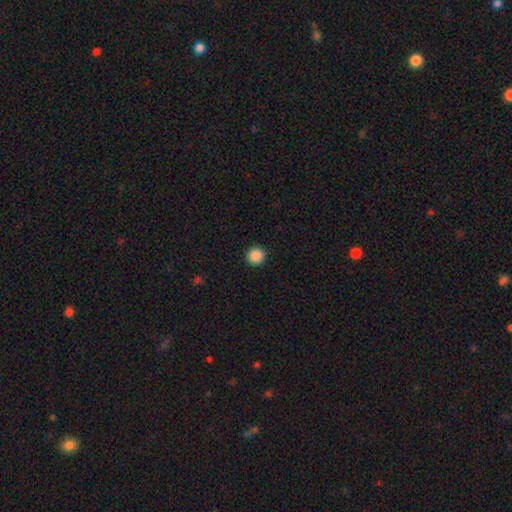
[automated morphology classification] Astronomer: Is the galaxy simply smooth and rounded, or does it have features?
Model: smooth — 88%.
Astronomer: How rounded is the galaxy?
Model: round — 96%.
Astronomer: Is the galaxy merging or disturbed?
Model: none — 93%.